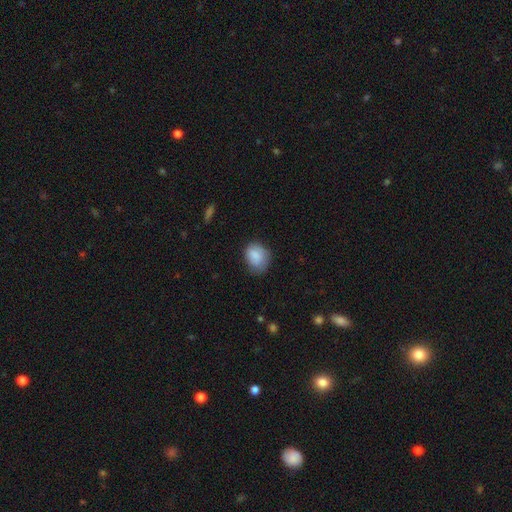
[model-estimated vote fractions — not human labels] Morphology: type=smooth (84%); roundness=in between (53%); merging=none (60%).